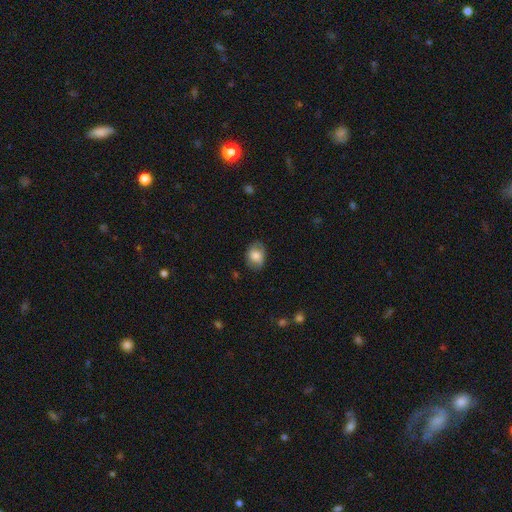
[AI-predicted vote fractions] This is likely a smooth galaxy (70%). How rounded: likely in between (73%). Merging: likely none (73%).